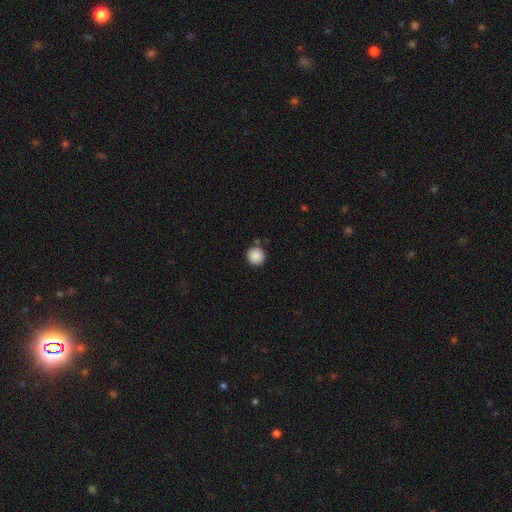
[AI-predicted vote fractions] A smooth galaxy with no disk features (88%) that is round (94%).

Vote fractions:
- Smooth or featured? smooth: 88% / star or artifact: 9% / featured or disk: 3%
- How rounded? round: 94% / in between: 5% / cigar-shaped: 1%
- Merging? none: 81% / minor disturbance: 11% / merger: 5% / major disturbance: 3%